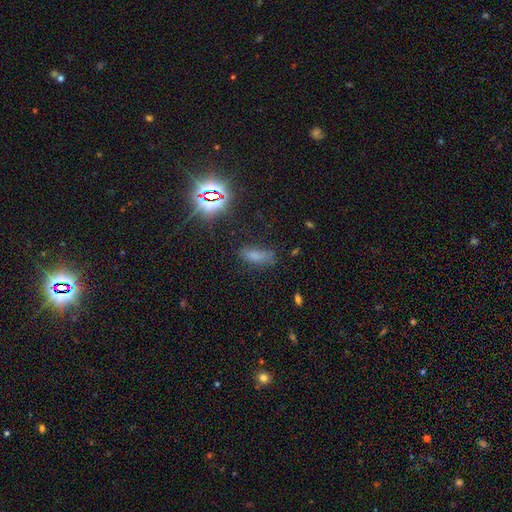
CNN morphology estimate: Smooth or featured: smooth — 64% (star or artifact — 25%)
How rounded: in between — 63% (cigar-shaped — 33%)
Merging: none — 64% (minor disturbance — 23%)